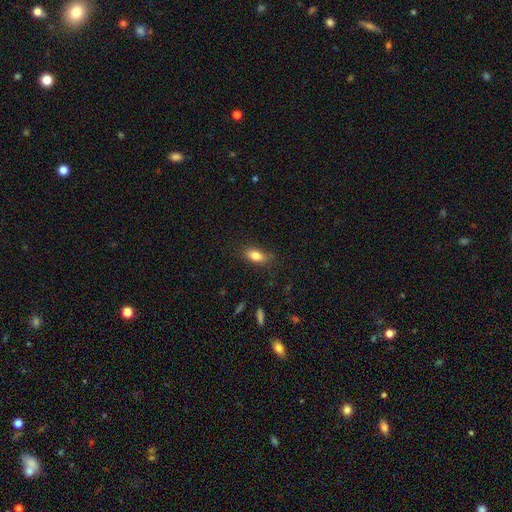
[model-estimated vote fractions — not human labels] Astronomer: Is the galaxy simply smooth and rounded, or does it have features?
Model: smooth — 82%.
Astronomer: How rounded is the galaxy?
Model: in between — 84%.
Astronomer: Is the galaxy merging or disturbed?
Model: none — 78%.